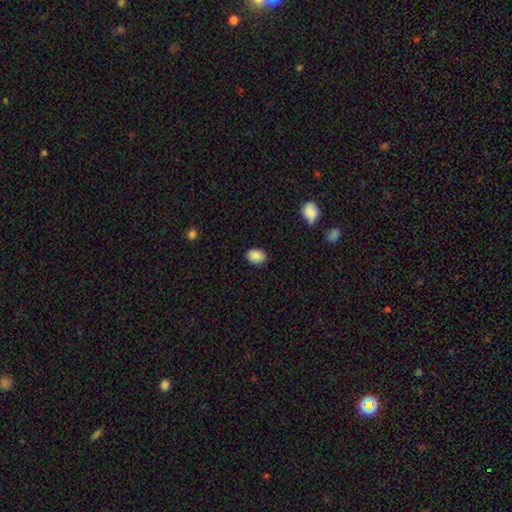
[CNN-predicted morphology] Smooth or featured? smooth (89%)
How rounded? in between (68%)
Merging? none (85%)